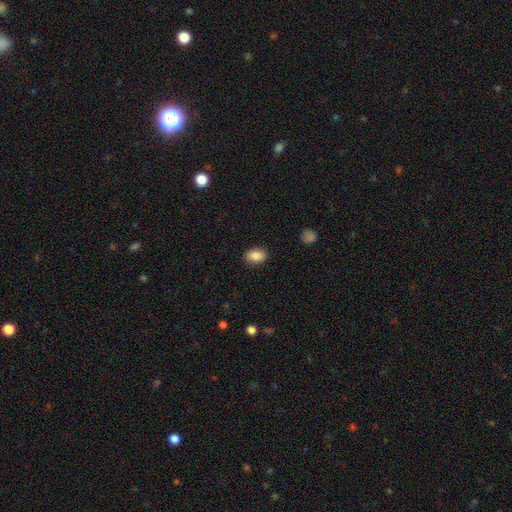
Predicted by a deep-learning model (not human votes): smooth_or_featured: smooth (p=0.87) [alt: star or artifact p=0.08]
how_rounded: in between (p=0.84) [alt: round p=0.15]
merging: none (p=0.88) [alt: minor disturbance p=0.08]